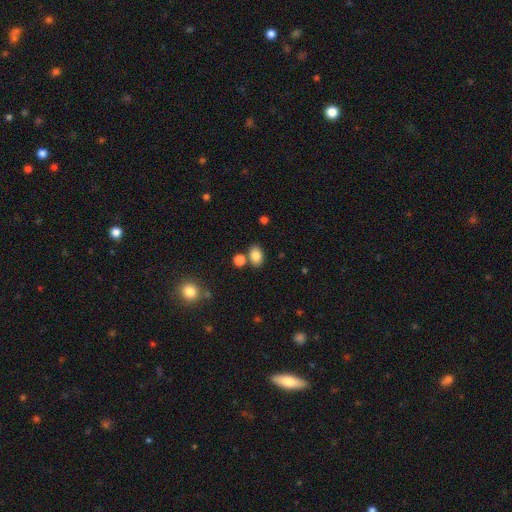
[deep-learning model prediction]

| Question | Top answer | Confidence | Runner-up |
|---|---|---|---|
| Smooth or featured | smooth | 84% | star or artifact (10%) |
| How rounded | in between | 76% | round (23%) |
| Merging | none | 71% | merger (15%) |